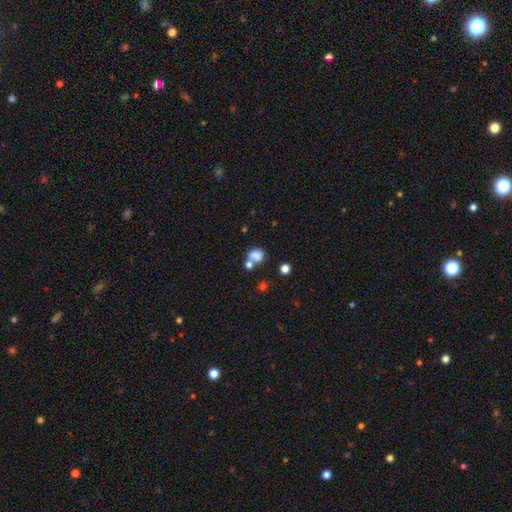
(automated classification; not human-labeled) The model was most divided on "merging": merger: 45%, none: 36%, minor disturbance: 12%, major disturbance: 7%. More confident: smooth or featured — smooth (76%); how rounded — in between (55%).